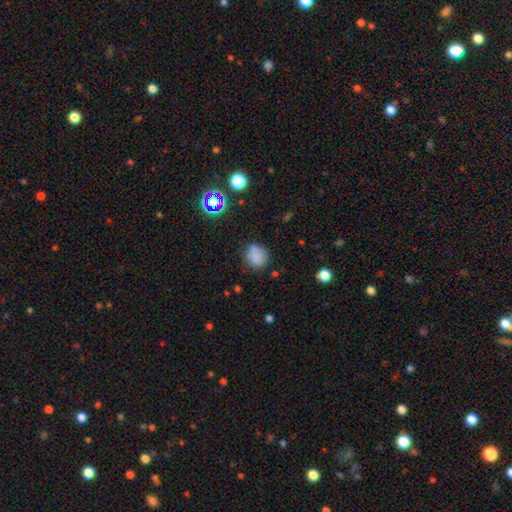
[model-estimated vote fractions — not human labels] Smooth or featured? smooth (77%)
How rounded? round (67%)
Merging? none (73%)